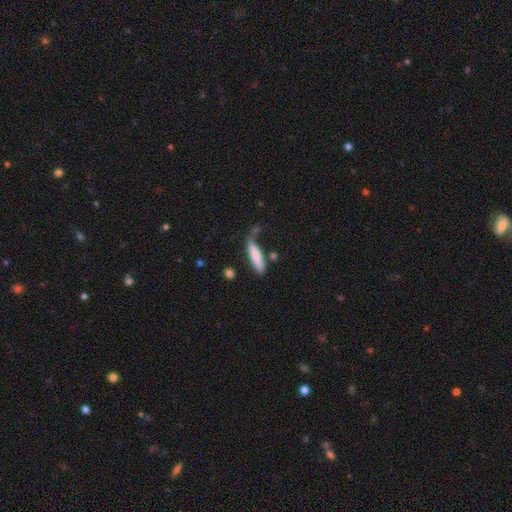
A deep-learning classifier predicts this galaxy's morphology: Overall: smooth (76%). How rounded: cigar-shaped (72%). Merging: none (62%; minor disturbance 23%).